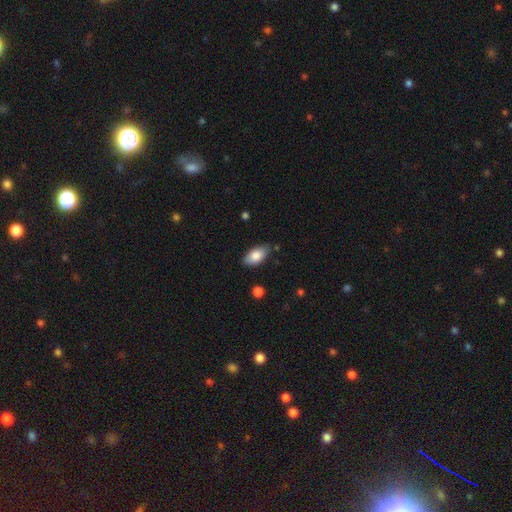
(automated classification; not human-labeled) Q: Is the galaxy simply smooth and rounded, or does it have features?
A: smooth — 84%.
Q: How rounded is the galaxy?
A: in between — 93%.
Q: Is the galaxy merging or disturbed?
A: none — 81%.